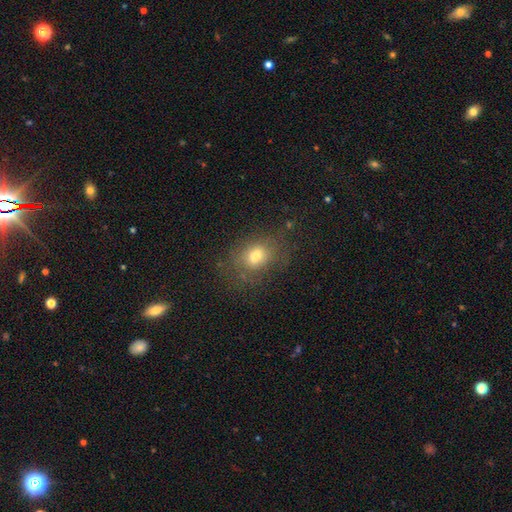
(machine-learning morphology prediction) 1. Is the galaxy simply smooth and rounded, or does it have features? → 72% smooth, 15% featured or disk, 13% star or artifact.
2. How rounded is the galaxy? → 65% in between, 34% round, 2% cigar-shaped.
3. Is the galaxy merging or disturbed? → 68% none, 19% minor disturbance, 10% major disturbance, 2% merger.